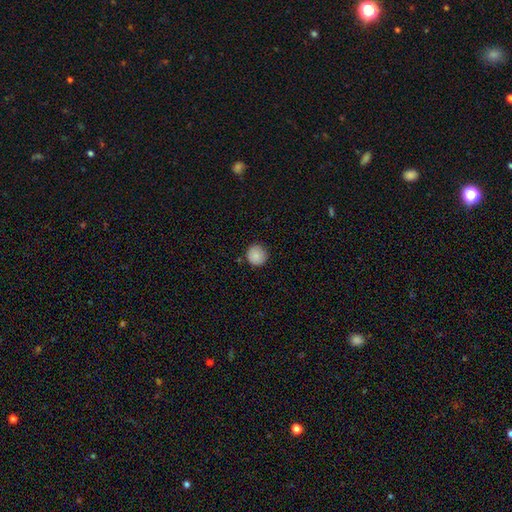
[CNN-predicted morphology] type=smooth (88%); roundness=round (94%); merging=none (88%).